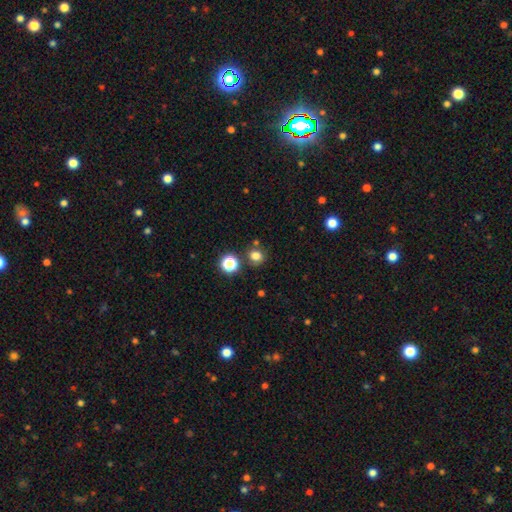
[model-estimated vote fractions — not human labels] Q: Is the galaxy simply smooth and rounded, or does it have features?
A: smooth — 77%.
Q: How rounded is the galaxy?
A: round — 84%.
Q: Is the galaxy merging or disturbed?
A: none — 78%.